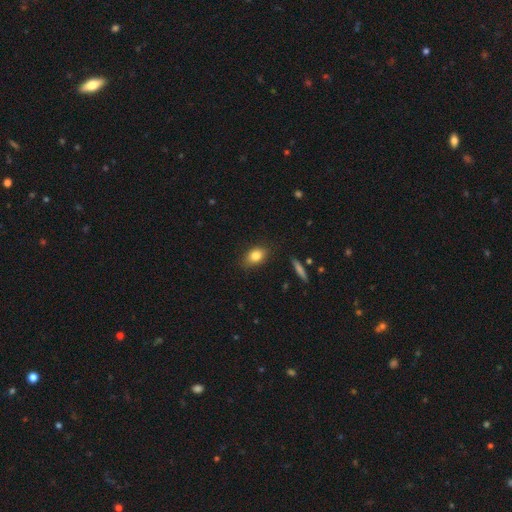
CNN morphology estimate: Smooth or featured? Predicted: smooth (p=0.82). How rounded? Predicted: in between (p=0.76). Merging? Predicted: none (p=0.82).